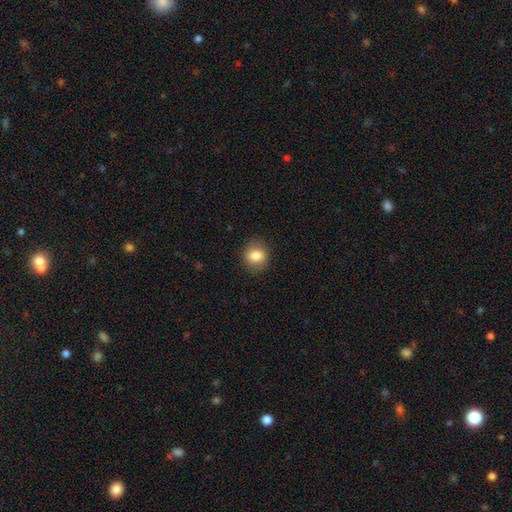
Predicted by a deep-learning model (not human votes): Smooth or featured? smooth (82%)
How rounded? round (67%)
Merging? none (86%)